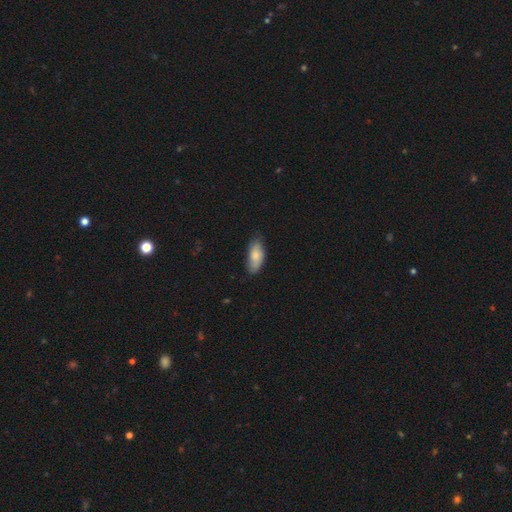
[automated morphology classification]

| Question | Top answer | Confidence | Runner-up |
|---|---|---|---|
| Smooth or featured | smooth | 76% | featured or disk (18%) |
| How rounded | in between | 86% | cigar-shaped (12%) |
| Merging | none | 73% | minor disturbance (22%) |